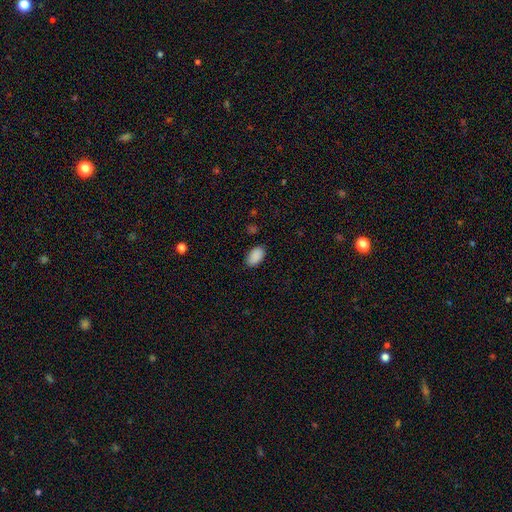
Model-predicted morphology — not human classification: This appears to be a smooth galaxy with no disk features (90%) that is in between round and cigar-shaped (93%). Merging: none (85%).